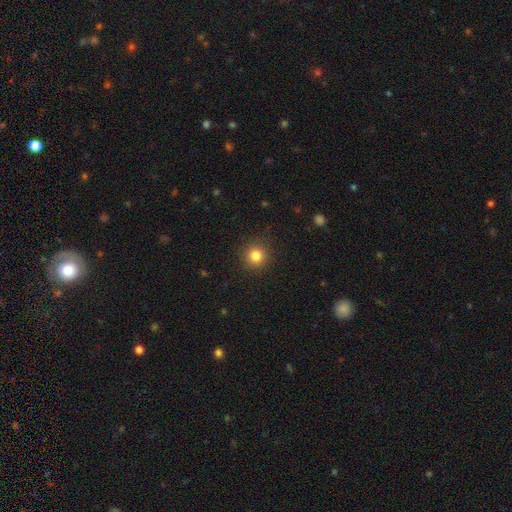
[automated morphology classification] A smooth galaxy with no disk features (82%) that is round (94%). Merging: none (90%).